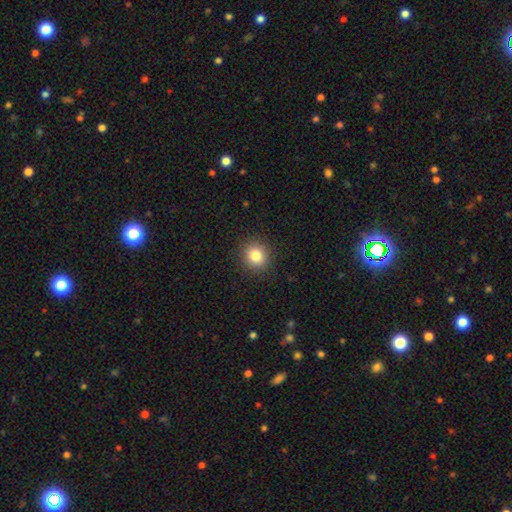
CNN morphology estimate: Q: Smooth or featured?
A: smooth (83%); runner-up: star or artifact (11%)
Q: How rounded?
A: round (85%); runner-up: in between (14%)
Q: Merging?
A: none (90%); runner-up: minor disturbance (6%)